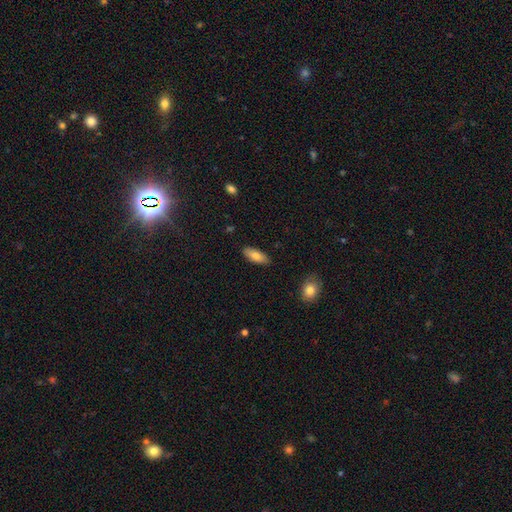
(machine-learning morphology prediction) Overall: smooth (80%). How rounded: in between (77%). Merging: none (87%).